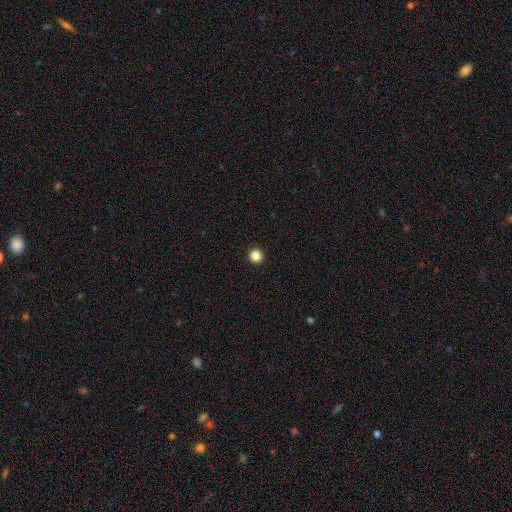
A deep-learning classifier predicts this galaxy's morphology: This is clearly a smooth galaxy (85%). How rounded: clearly round (96%). Merging: clearly none (95%).